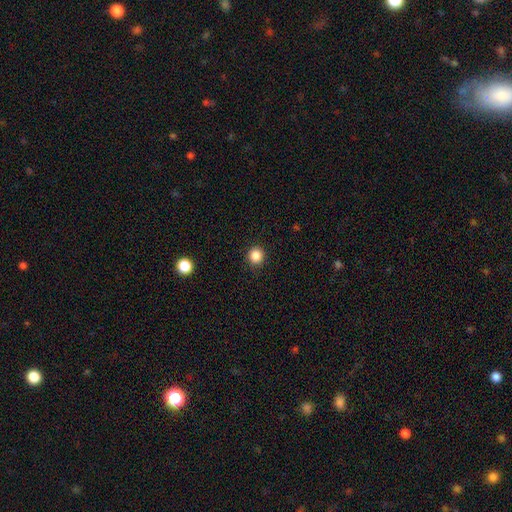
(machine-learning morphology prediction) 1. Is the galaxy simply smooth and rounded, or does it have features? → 85% smooth, 11% star or artifact, 3% featured or disk.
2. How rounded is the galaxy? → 92% round, 7% in between, 1% cigar-shaped.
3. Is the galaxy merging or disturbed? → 89% none, 7% minor disturbance, 2% major disturbance, 1% merger.